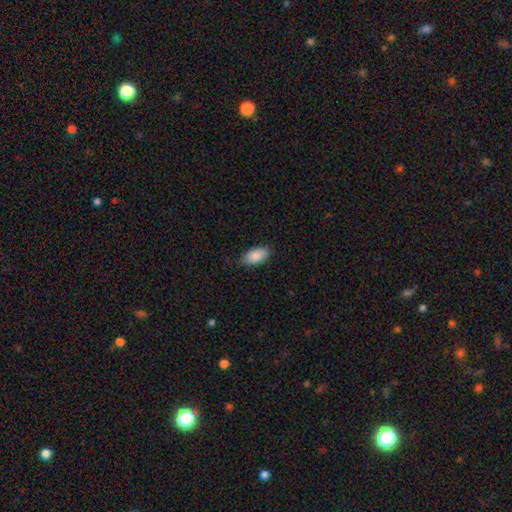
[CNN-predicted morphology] This is clearly a smooth galaxy (89%). How rounded: clearly in between (93%). Merging: clearly none (83%).